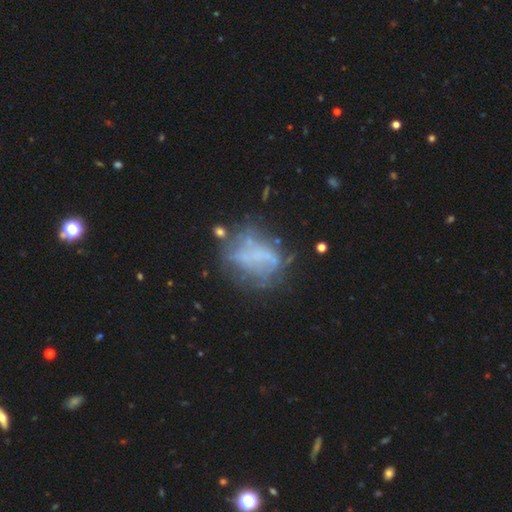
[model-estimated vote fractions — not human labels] Q: Smooth or featured?
A: featured or disk (56%); runner-up: smooth (28%)
Q: Edge-on disk?
A: no (96%); runner-up: yes (4%)
Q: Bar?
A: no (81%); runner-up: weak (12%)
Q: Spiral arms?
A: no (86%); runner-up: yes (14%)
Q: Bulge size?
A: none (79%); runner-up: small (11%)
Q: Merging?
A: none (41%); runner-up: major disturbance (29%)